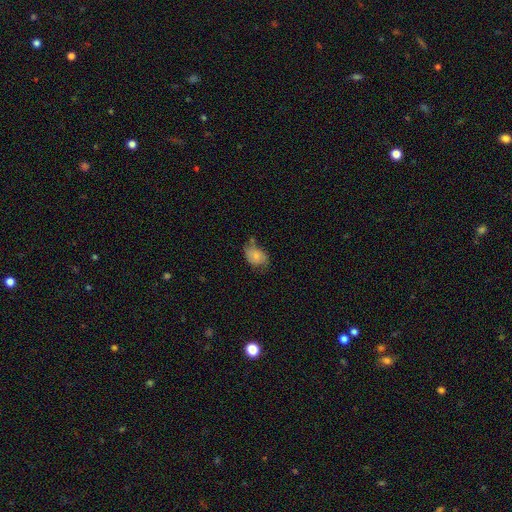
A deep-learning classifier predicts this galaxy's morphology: type=smooth (69%); roundness=in between (78%); merging=none (43%).